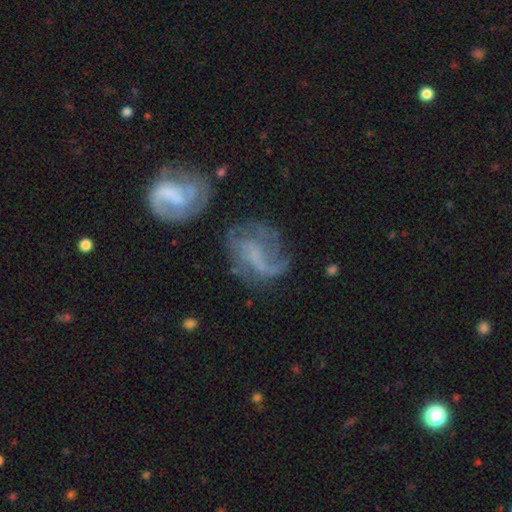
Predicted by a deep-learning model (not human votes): smooth_or_featured: featured or disk (p=0.68) [alt: smooth p=0.20]
disk_edge_on: no (p=0.97) [alt: yes p=0.03]
bar: no (p=0.47) [alt: weak p=0.37]
has_spiral_arms: yes (p=0.81) [alt: no p=0.19]
spiral_winding: loose (p=0.44) [alt: medium p=0.35]
spiral_arm_count: 2 (p=0.37) [alt: 1 p=0.31]
bulge_size: none (p=0.62) [alt: small p=0.22]
merging: none (p=0.43) [alt: major disturbance p=0.26]